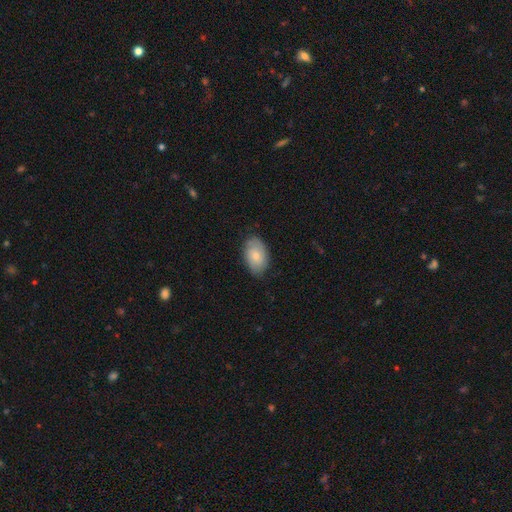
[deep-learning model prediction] This is likely a smooth galaxy (67%). How rounded: clearly in between (90%). Merging: likely none (78%).